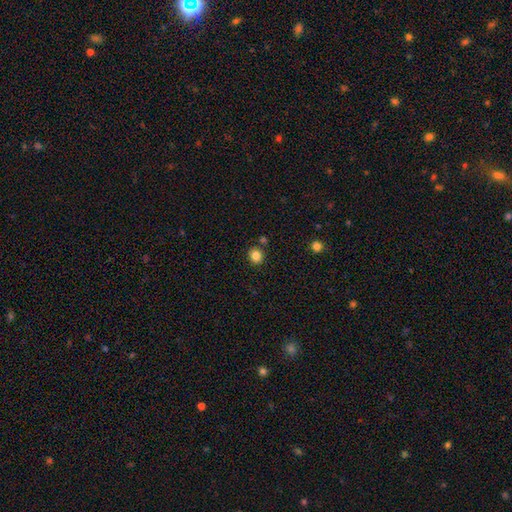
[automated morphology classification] Smooth or featured? smooth (84%)
How rounded? round (83%)
Merging? none (85%)